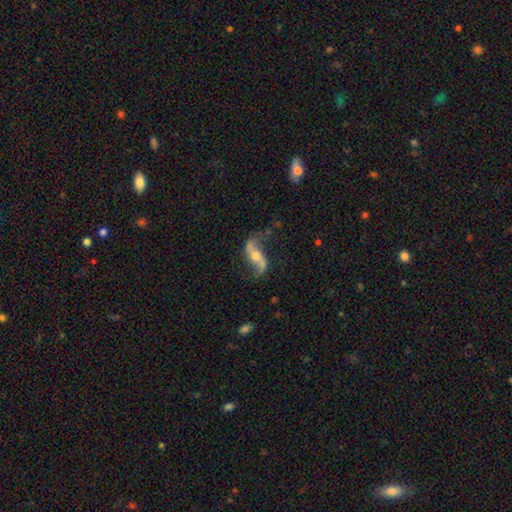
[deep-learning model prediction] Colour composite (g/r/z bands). It shows a featured or disk galaxy (85%) with no bar (43%), 2 (93%) loose (85%) spiral arms (94%) and a moderate central bulge (63%). Merging: none (72%).